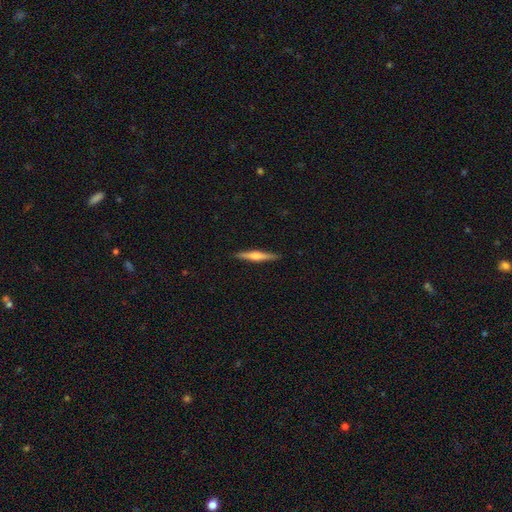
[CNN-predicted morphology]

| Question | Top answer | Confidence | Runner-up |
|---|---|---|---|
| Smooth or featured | featured or disk | 61% | smooth (34%) |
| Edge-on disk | yes | 98% | no (2%) |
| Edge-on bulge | rounded | 81% | boxy (10%) |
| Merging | none | 91% | minor disturbance (6%) |